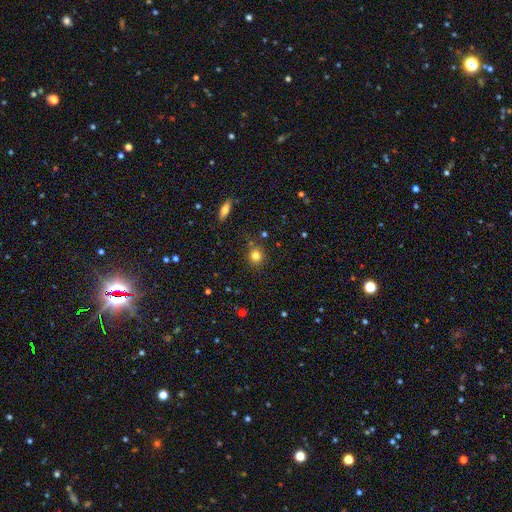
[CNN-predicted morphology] smooth 80%, star or artifact 13%, featured or disk 7%. Down the decision tree: how rounded — round (80%); merging — none (82%).